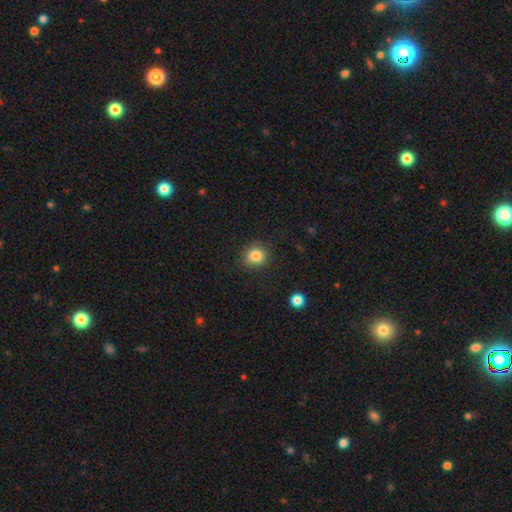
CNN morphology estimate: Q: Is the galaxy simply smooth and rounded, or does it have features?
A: smooth — 84%.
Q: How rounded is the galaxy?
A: round — 85%.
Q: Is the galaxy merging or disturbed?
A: none — 86%.